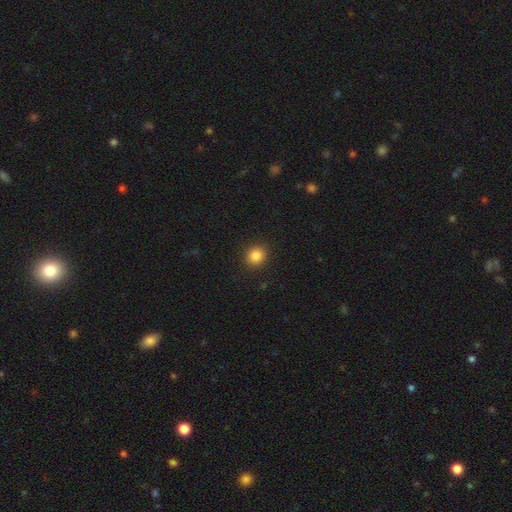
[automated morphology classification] The model was most divided on "smooth or featured": smooth: 85%, star or artifact: 11%, featured or disk: 4%. More confident: merging — none (91%); how rounded — round (87%).